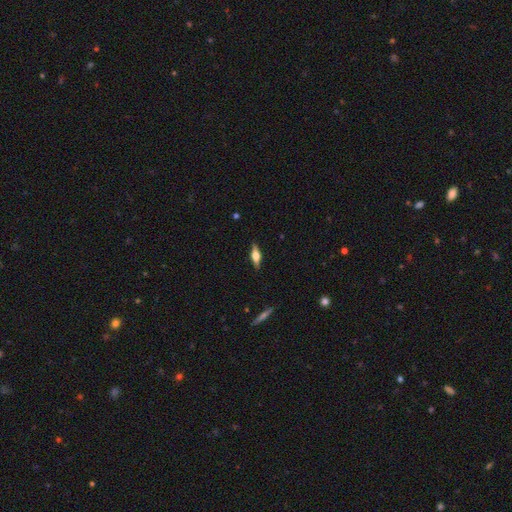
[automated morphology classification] Q: Smooth or featured?
A: featured or disk (61%); runner-up: smooth (33%)
Q: Edge-on disk?
A: yes (95%); runner-up: no (5%)
Q: Edge-on bulge?
A: rounded (91%); runner-up: boxy (7%)
Q: Merging?
A: none (88%); runner-up: minor disturbance (9%)